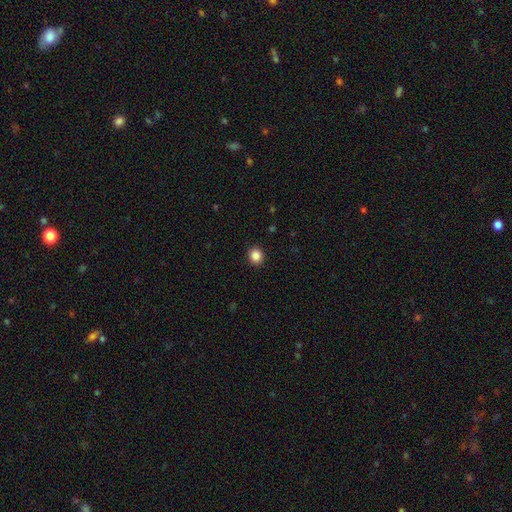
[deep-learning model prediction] Smooth or featured: smooth — 86% (star or artifact — 10%)
How rounded: round — 82% (in between — 18%)
Merging: none — 92% (minor disturbance — 5%)